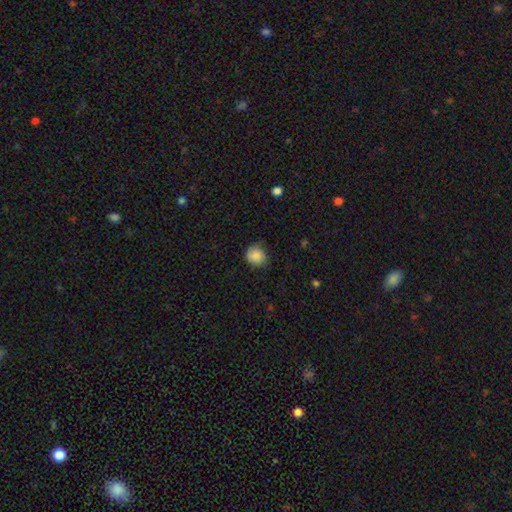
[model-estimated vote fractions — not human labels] Smooth or featured? smooth (83%)
How rounded? round (77%)
Merging? none (68%)